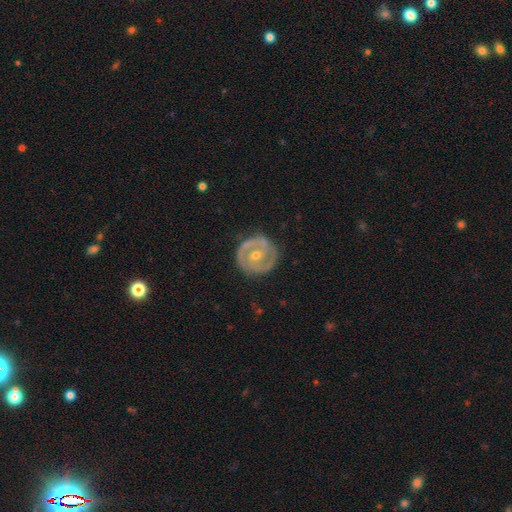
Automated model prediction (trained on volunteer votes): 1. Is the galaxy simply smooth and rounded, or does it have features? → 78% featured or disk, 17% smooth, 5% star or artifact.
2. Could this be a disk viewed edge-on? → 96% no, 4% yes.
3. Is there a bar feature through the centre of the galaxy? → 51% no, 34% weak, 15% strong.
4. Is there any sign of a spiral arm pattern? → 70% yes, 30% no.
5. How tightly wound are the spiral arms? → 60% tight, 30% medium, 10% loose.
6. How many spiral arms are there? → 68% 2, 16% can't tell, 7% 1, 5% 3, 2% 4, 2% more than 4.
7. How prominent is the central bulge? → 59% moderate, 38% small, 2% large, 1% none, 1% dominant.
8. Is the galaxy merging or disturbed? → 83% none, 12% minor disturbance, 4% major disturbance, 1% merger.